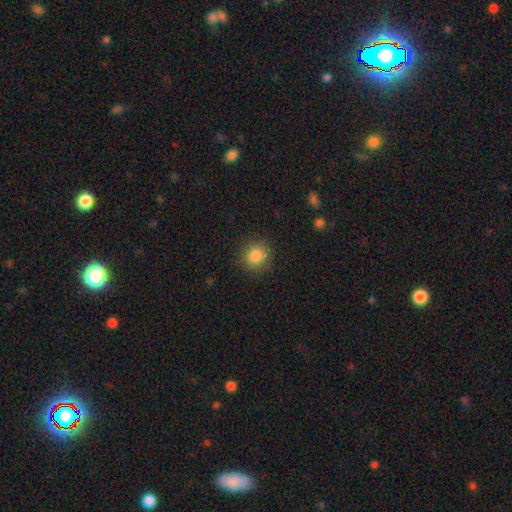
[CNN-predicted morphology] Smooth or featured?
  - smooth: 85% *
  - star or artifact: 10%
  - featured or disk: 5%
How rounded?
  - round: 88% *
  - in between: 11%
  - cigar-shaped: 1%
Merging?
  - none: 88% *
  - minor disturbance: 8%
  - major disturbance: 3%
  - merger: 1%